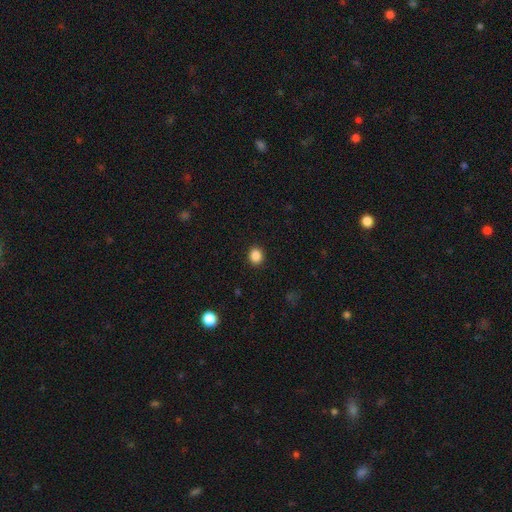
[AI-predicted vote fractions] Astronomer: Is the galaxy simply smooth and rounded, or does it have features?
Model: smooth — 87%.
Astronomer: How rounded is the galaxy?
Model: round — 79%.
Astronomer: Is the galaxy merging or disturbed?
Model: none — 92%.